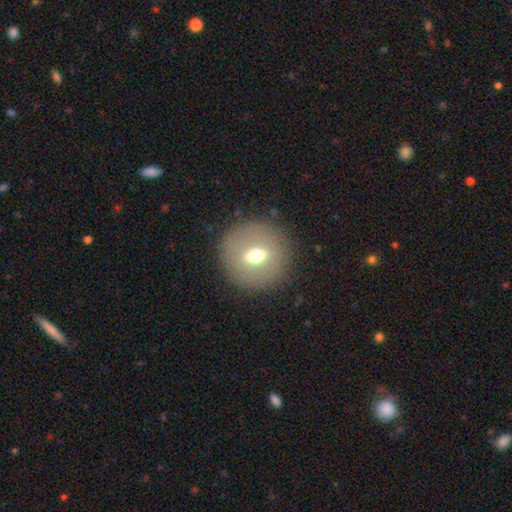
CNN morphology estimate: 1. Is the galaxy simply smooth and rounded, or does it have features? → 46% smooth, 43% featured or disk, 10% star or artifact.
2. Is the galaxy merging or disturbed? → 87% none, 8% minor disturbance, 4% major disturbance, 1% merger.